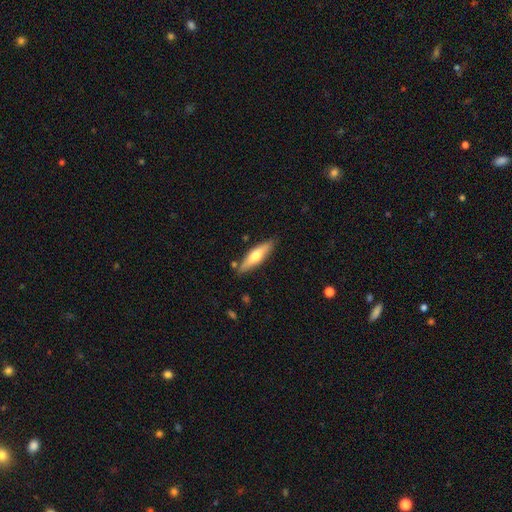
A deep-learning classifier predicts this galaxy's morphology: Smooth or featured? Predicted: smooth (p=0.55). How rounded? Predicted: cigar-shaped (p=0.68). Merging? Predicted: none (p=0.83).